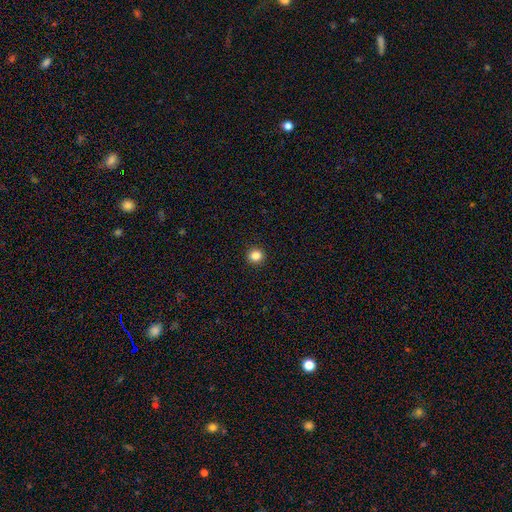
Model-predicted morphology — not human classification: A smooth galaxy with no disk features (85%) that is round (92%). Merging: none (93%).